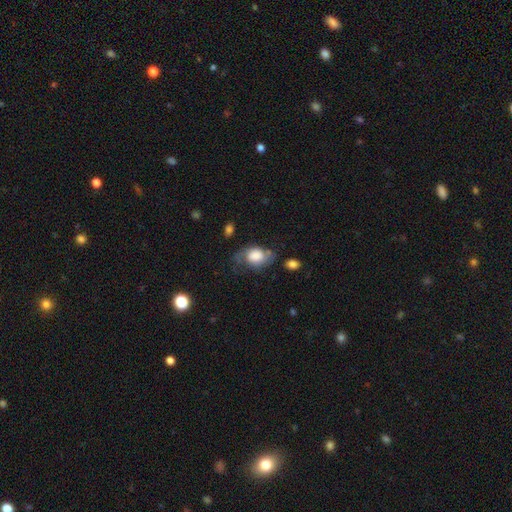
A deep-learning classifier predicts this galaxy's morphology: type=smooth (50%); roundness=in between (78%); merging=none (47%).